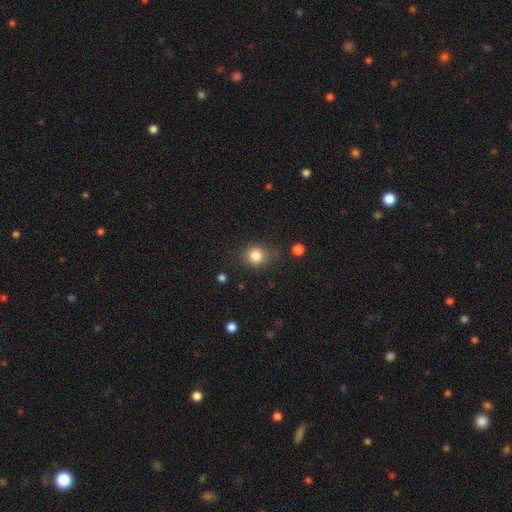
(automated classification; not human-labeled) A smooth galaxy with no disk features (83%) that is round (83%). Merging: none (76%).